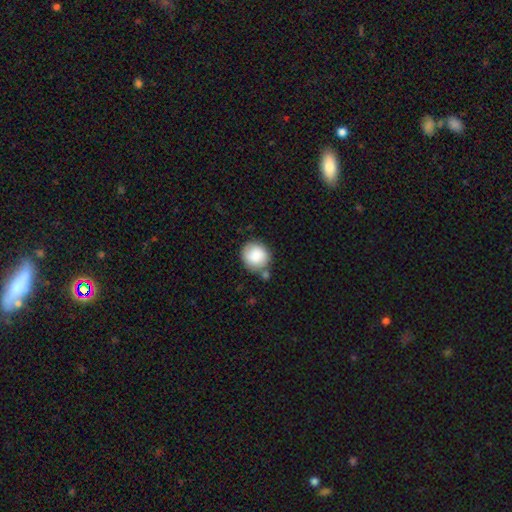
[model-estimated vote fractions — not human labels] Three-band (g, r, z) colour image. It shows a smooth galaxy with no disk features (83%) that is round (87%). Merging: none (68%).